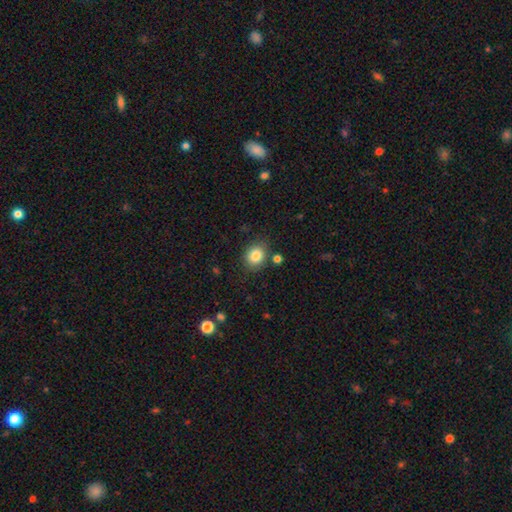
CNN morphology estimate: smooth-or-featured: smooth: 84% | star or artifact: 10% | featured or disk: 6%
  how-rounded: round: 59% | in between: 40% | cigar-shaped: 1%
  merging: none: 81% | minor disturbance: 12% | merger: 5% | major disturbance: 3%